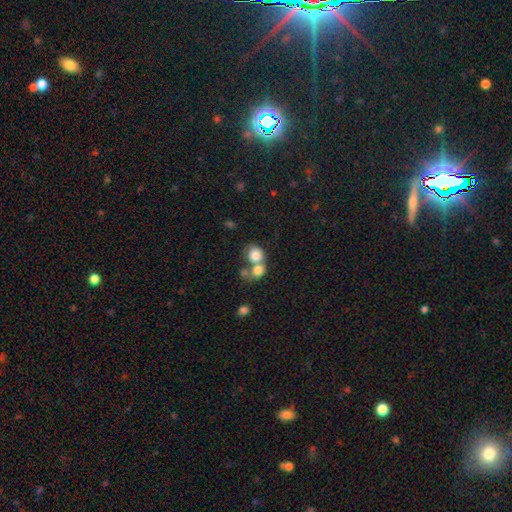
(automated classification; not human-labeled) A smooth galaxy with no disk features (79%) that is round (72%).

Vote fractions:
- Smooth or featured? smooth: 79% / featured or disk: 12% / star or artifact: 10%
- How rounded? round: 72% / in between: 27% / cigar-shaped: 1%
- Merging? merger: 57% / none: 31% / minor disturbance: 8% / major disturbance: 5%